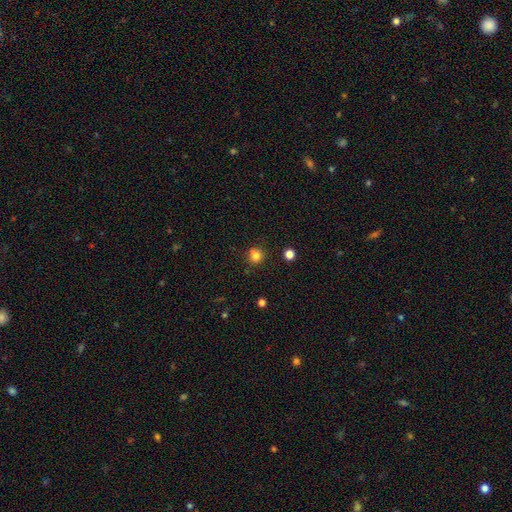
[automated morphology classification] smooth-or-featured: smooth: 79% | star or artifact: 14% | featured or disk: 7%
  how-rounded: round: 89% | in between: 10% | cigar-shaped: 1%
  merging: none: 72% | minor disturbance: 13% | merger: 12% | major disturbance: 3%